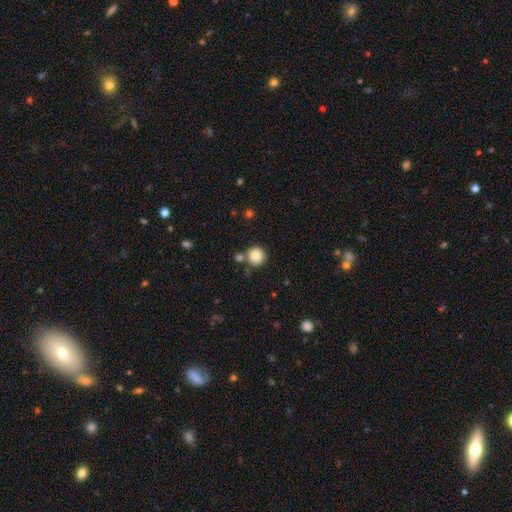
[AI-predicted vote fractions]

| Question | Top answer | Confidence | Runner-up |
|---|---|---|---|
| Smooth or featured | smooth | 83% | star or artifact (10%) |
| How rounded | round | 94% | in between (5%) |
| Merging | none | 77% | merger (11%) |